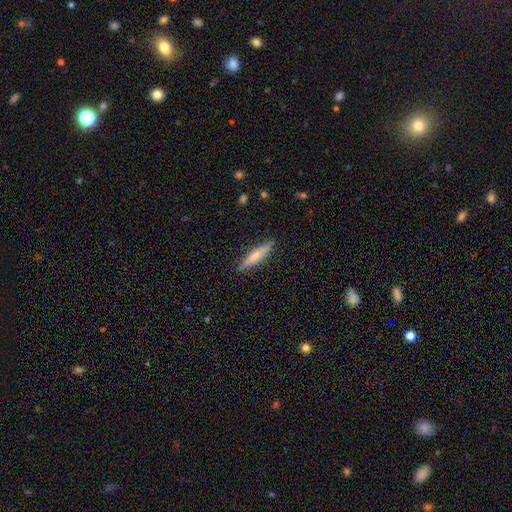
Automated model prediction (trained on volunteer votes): Morphology: type=smooth (55%); roundness=cigar-shaped (87%); merging=none (88%).